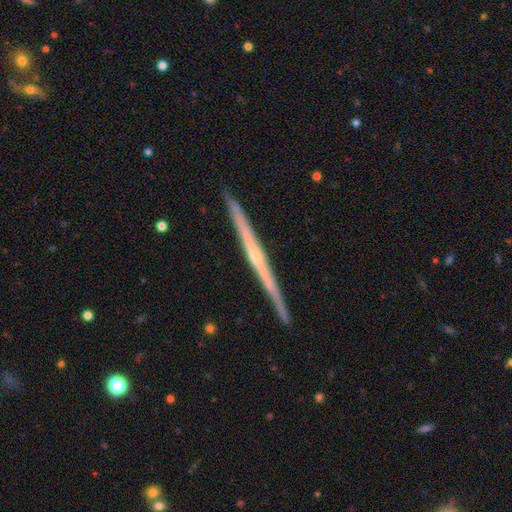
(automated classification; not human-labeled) A featured or disk galaxy (79%) viewed edge-on (98%) with no central bulge (50%). Merging: none (91%).